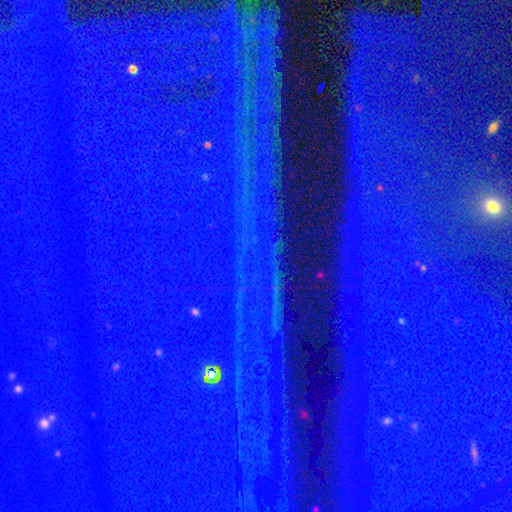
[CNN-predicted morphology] Smooth or featured? Predicted: star or artifact (p=0.87).